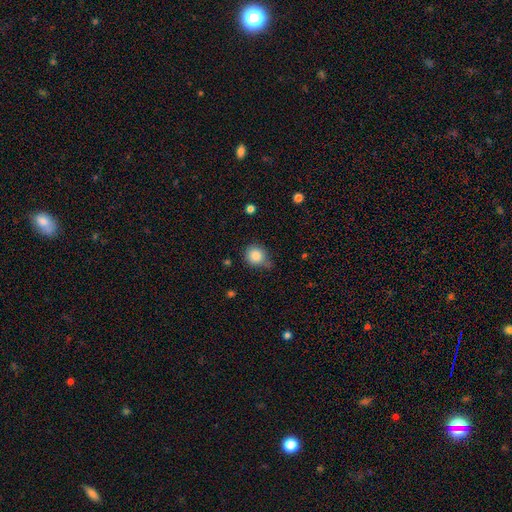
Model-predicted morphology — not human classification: Q: Smooth or featured?
A: smooth (86%); runner-up: star or artifact (9%)
Q: How rounded?
A: round (86%); runner-up: in between (14%)
Q: Merging?
A: none (65%); runner-up: minor disturbance (25%)